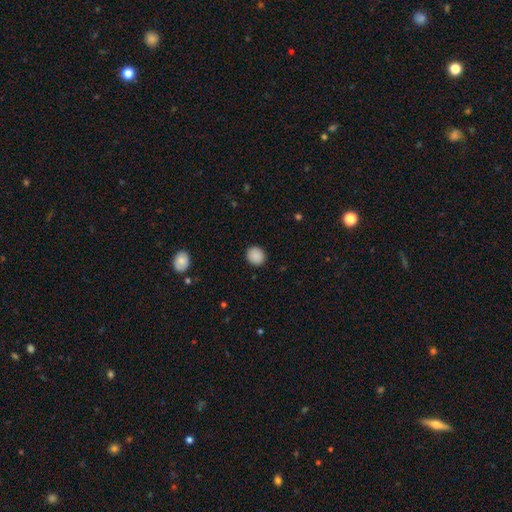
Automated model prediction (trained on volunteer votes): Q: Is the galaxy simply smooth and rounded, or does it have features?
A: smooth — 89%.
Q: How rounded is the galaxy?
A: round — 79%.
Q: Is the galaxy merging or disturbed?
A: none — 90%.